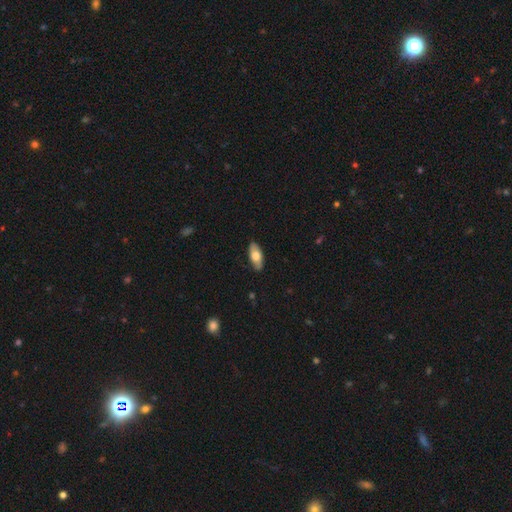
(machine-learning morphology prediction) type=smooth (62%); roundness=in between (84%); merging=none (84%).